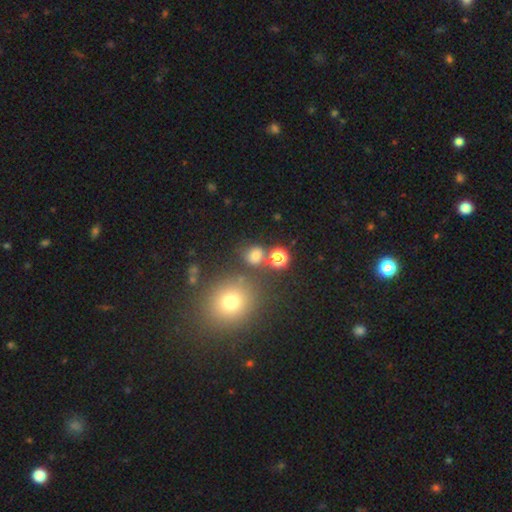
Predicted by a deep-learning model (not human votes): Smooth or featured? Predicted: smooth (p=0.69). How rounded? Predicted: round (p=0.76). Merging? Predicted: none (p=0.69).